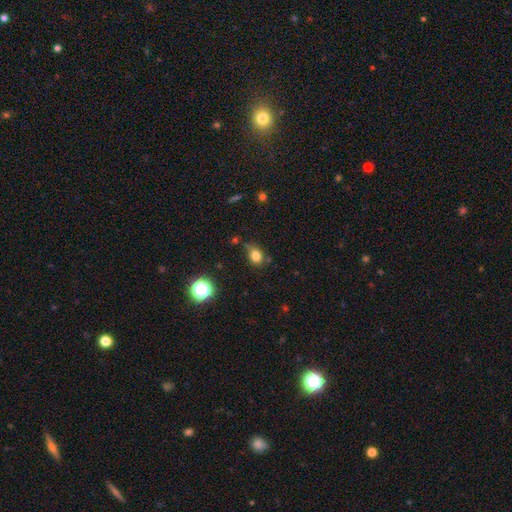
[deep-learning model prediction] smooth_or_featured: smooth (p=0.79) [alt: star or artifact p=0.14]
how_rounded: round (p=0.54) [alt: in between p=0.45]
merging: none (p=0.61) [alt: minor disturbance p=0.25]